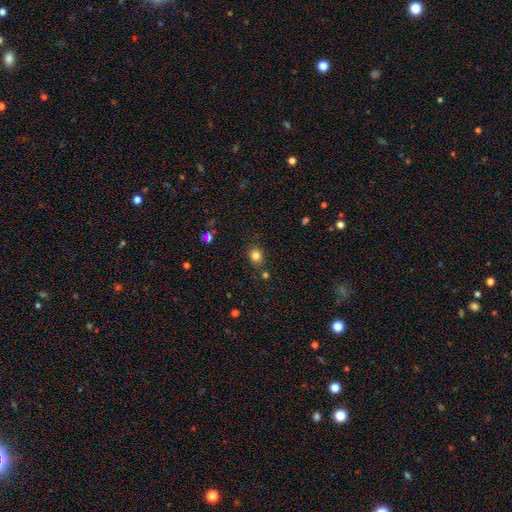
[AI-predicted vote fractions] Smooth or featured? Predicted: smooth (p=0.82). How rounded? Predicted: round (p=0.63). Merging? Predicted: none (p=0.82).